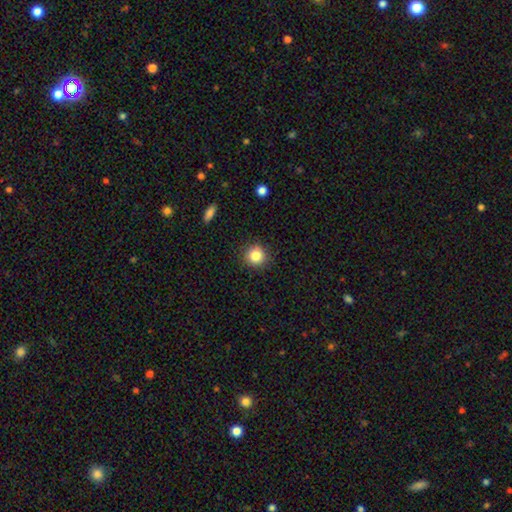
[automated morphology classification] A smooth galaxy with no disk features (84%) that is round (92%). Merging: none (89%).